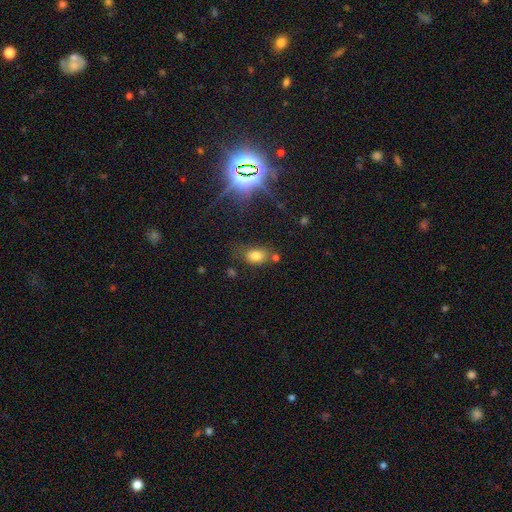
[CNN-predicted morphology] Smooth or featured? Predicted: smooth (p=0.77). How rounded? Predicted: in between (p=0.77). Merging? Predicted: none (p=0.65).